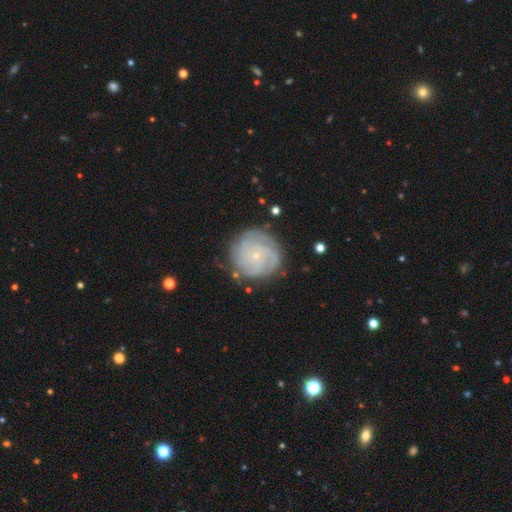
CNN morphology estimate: smooth-or-featured: featured or disk: 81% | smooth: 12% | star or artifact: 6%
  disk-edge-on: no: 98% | yes: 2%
    bar: no: 82% | weak: 15% | strong: 3%
    has-spiral-arms: yes: 95% | no: 5%
      spiral-winding: tight: 74% | medium: 21% | loose: 5%
      spiral-arm-count: can't tell: 26% | 4: 25% | 3: 23% | 2: 11% | more than 4: 8% | 1: 7%
    bulge-size: small: 87% | moderate: 9% | none: 2% | large: 1% | dominant: 1%
  merging: none: 76% | minor disturbance: 16% | major disturbance: 6% | merger: 2%